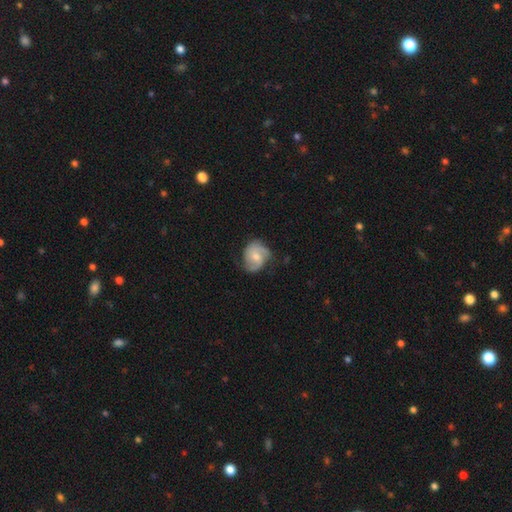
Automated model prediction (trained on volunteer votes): featured or disk 67%, smooth 27%, star or artifact 6%. Down the decision tree: edge-on disk — no (98%); bar — no (59%); spiral arms — yes (92%); spiral arm count — 2 (74%); spiral winding — medium (47%); bulge size — moderate (53%); merging — none (63%).